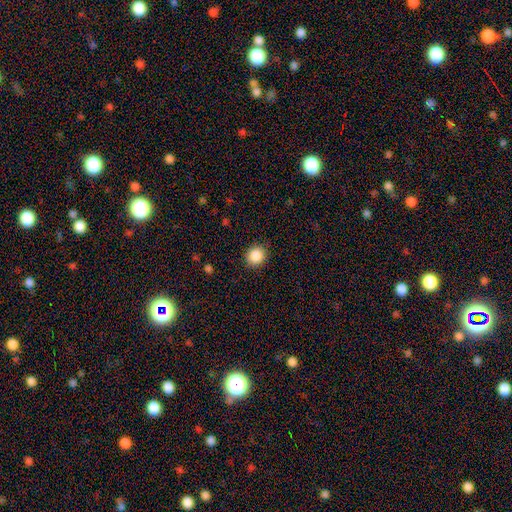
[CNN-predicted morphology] A smooth galaxy with no disk features (87%) that is round (82%). Merging: none (89%).